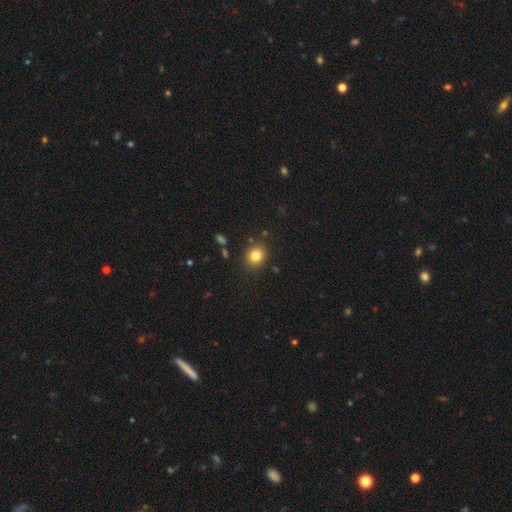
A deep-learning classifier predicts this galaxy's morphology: Smooth or featured? smooth (83%)
How rounded? round (72%)
Merging? none (86%)